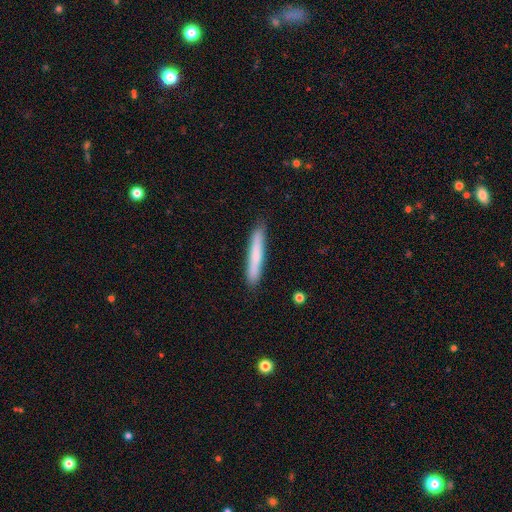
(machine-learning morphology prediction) Smooth or featured?
  - smooth: 72% *
  - featured or disk: 22%
  - star or artifact: 6%
How rounded?
  - cigar-shaped: 95% *
  - in between: 4%
  - round: 1%
Merging?
  - none: 88% *
  - minor disturbance: 9%
  - major disturbance: 2%
  - merger: 1%